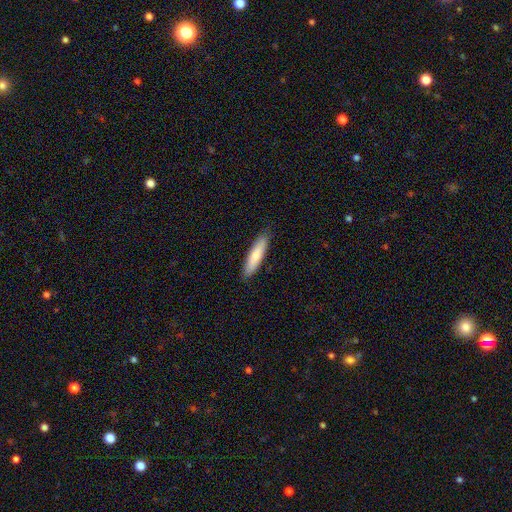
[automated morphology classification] Smooth or featured? smooth (77%)
How rounded? cigar-shaped (79%)
Merging? none (88%)